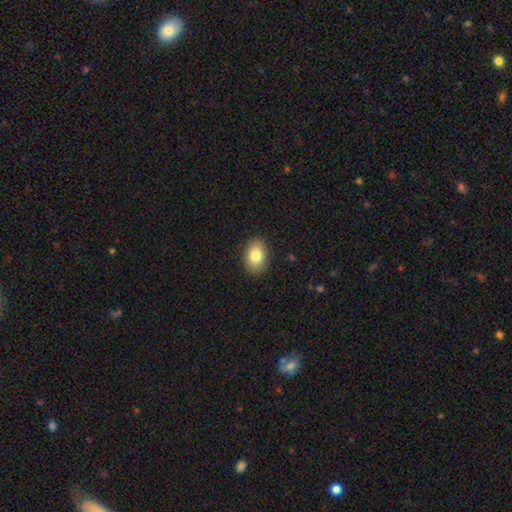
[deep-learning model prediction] smooth_or_featured: smooth (p=0.82) [alt: featured or disk p=0.10]
how_rounded: in between (p=0.82) [alt: round p=0.17]
merging: none (p=0.88) [alt: minor disturbance p=0.09]